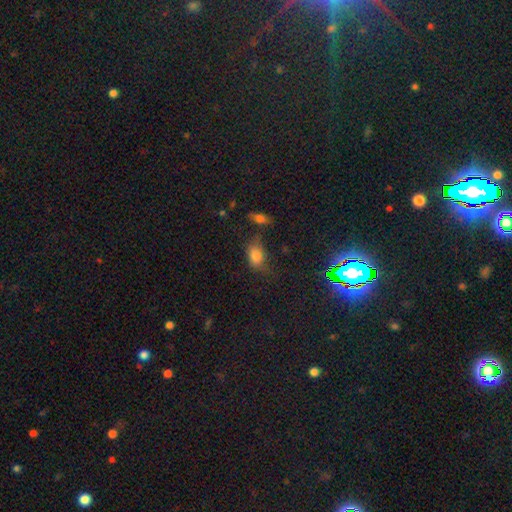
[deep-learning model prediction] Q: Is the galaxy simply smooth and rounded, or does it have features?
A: smooth — 78%.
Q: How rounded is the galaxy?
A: in between — 76%.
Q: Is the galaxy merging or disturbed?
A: none — 53%.